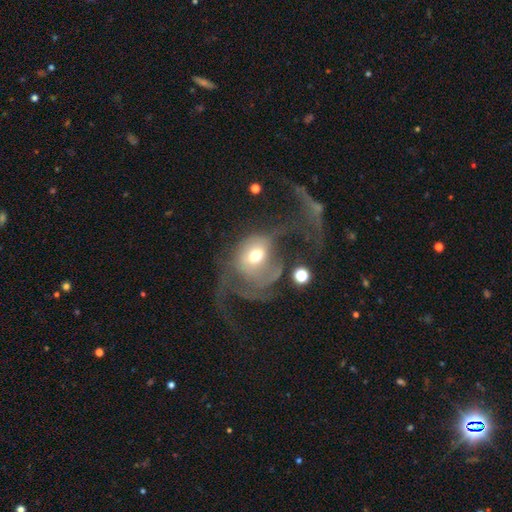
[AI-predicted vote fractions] A featured or disk galaxy (51%).

Vote fractions:
- Smooth or featured? featured or disk: 51% / smooth: 38% / star or artifact: 11%
- Edge-on disk? no: 95% / yes: 5%
- Merging? major disturbance: 61% / none: 19% / minor disturbance: 12% / merger: 9%